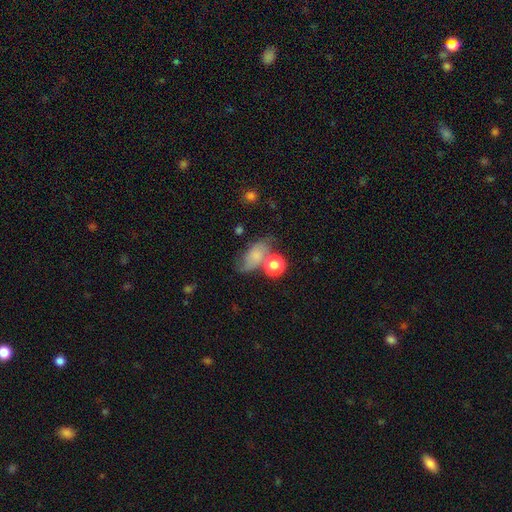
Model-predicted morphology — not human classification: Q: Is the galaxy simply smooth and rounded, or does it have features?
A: smooth — 57%.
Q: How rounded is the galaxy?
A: in between — 74%.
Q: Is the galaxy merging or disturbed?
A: none — 47%.